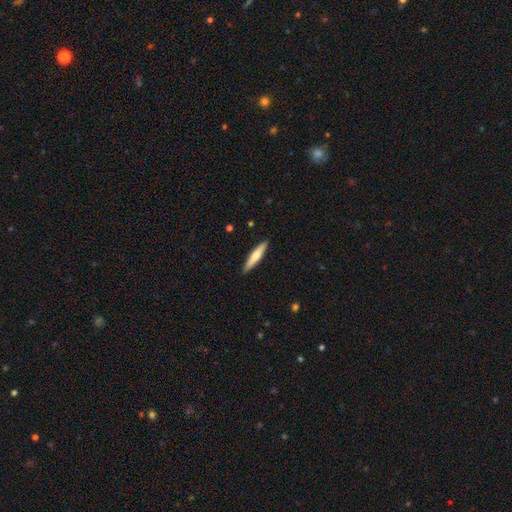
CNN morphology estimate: This is likely a smooth galaxy (65%). How rounded: clearly cigar-shaped (87%). Merging: clearly none (90%).